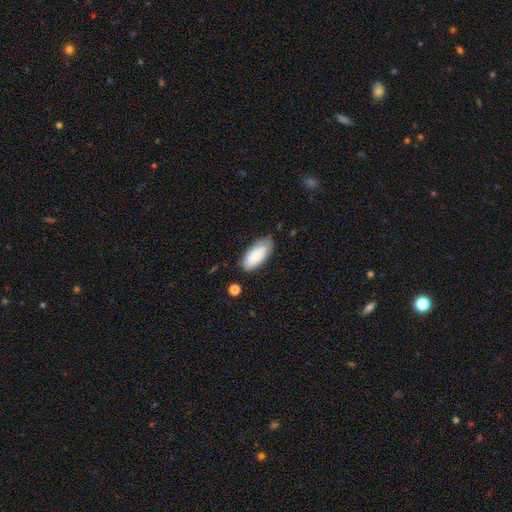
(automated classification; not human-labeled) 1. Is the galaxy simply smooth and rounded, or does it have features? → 86% smooth, 8% featured or disk, 6% star or artifact.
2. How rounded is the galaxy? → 89% in between, 10% cigar-shaped, 2% round.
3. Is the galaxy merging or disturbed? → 74% none, 20% minor disturbance, 4% major disturbance, 2% merger.